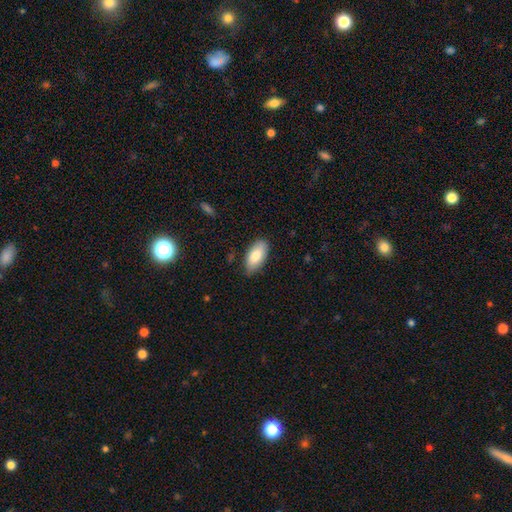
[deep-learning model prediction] Morphology: type=smooth (83%); roundness=in between (93%); merging=none (81%).